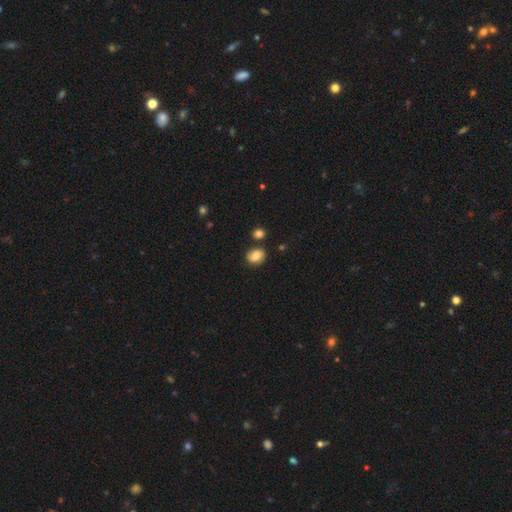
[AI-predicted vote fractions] This appears to be a smooth galaxy with no disk features (73%) that is round (53%). Merging: none (76%).